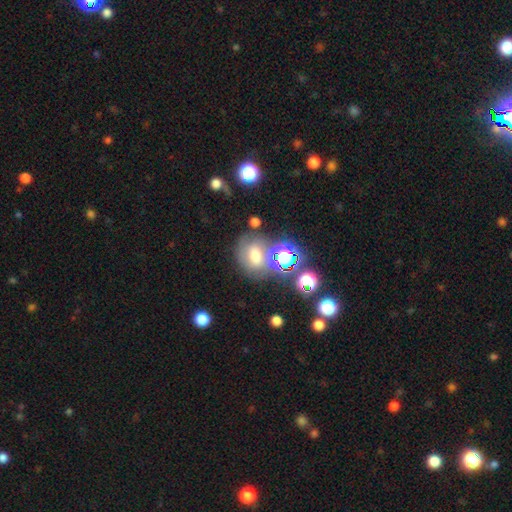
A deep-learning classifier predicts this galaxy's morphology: This appears to be a smooth galaxy with no disk features (50%) that is in between round and cigar-shaped (56%). Merging: none (51%).